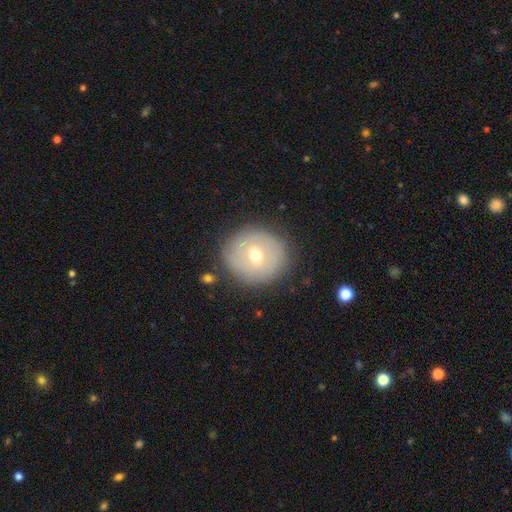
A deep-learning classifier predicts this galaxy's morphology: Overall: smooth (50%; featured or disk 40%). How rounded: round (87%). Merging: none (84%).